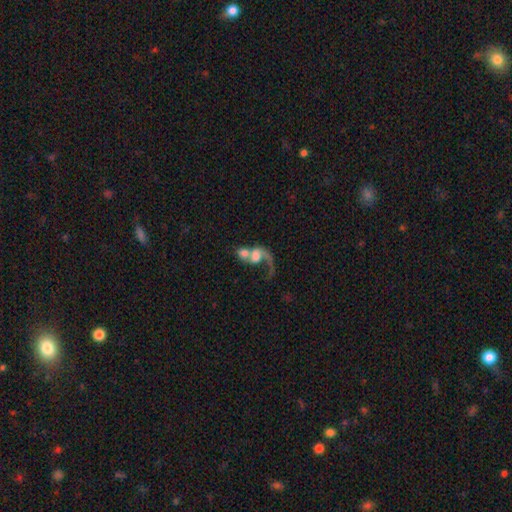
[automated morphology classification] This appears to be a featured or disk galaxy (55%) with no bar (70%), spiral arms (73%) and a large central bulge (32%). Merging: merger (67%).